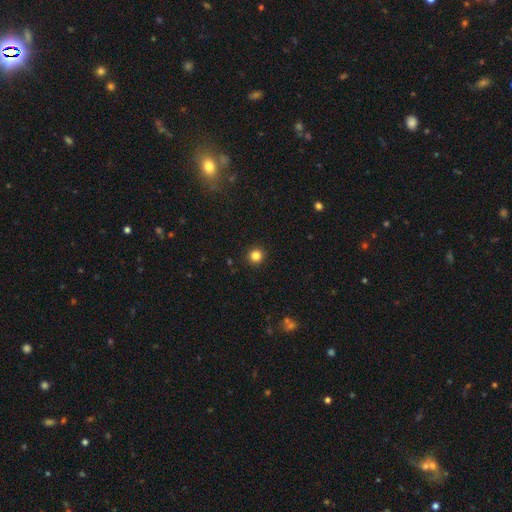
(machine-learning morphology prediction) Smooth or featured: smooth — 84% (star or artifact — 12%)
How rounded: round — 95% (in between — 4%)
Merging: none — 93% (minor disturbance — 4%)